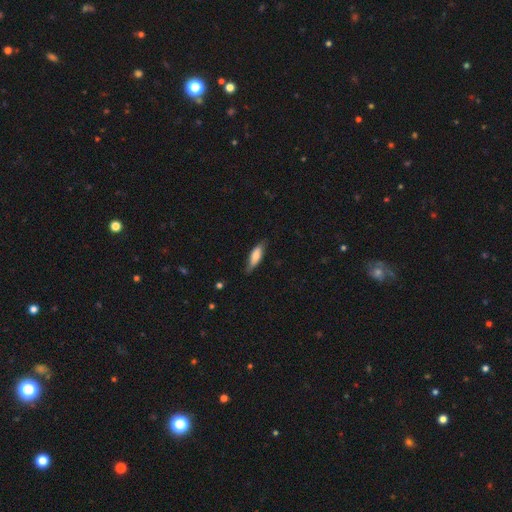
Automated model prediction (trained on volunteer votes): smooth 68%, featured or disk 26%, star or artifact 6%. Down the decision tree: how rounded — in between (52%); merging — none (75%).